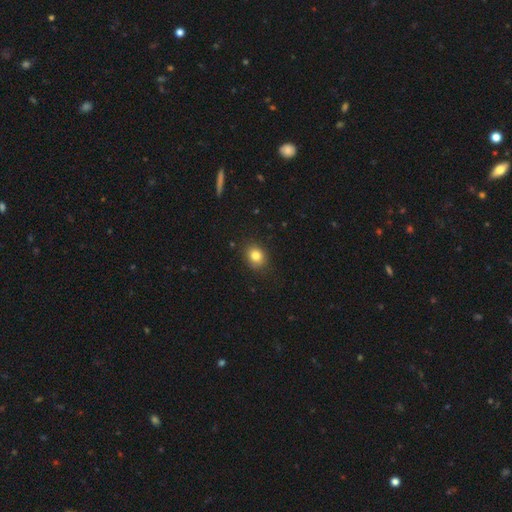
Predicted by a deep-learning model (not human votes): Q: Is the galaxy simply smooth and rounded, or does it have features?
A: smooth — 82%.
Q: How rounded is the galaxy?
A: round — 57%.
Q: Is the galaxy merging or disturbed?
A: none — 86%.